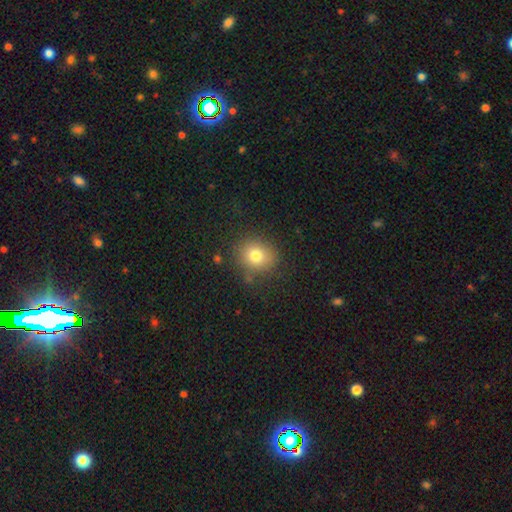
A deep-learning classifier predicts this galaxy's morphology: Smooth or featured?
  - smooth: 77% *
  - star or artifact: 13%
  - featured or disk: 10%
How rounded?
  - round: 72% *
  - in between: 27%
  - cigar-shaped: 1%
Merging?
  - none: 82% *
  - minor disturbance: 12%
  - major disturbance: 4%
  - merger: 2%